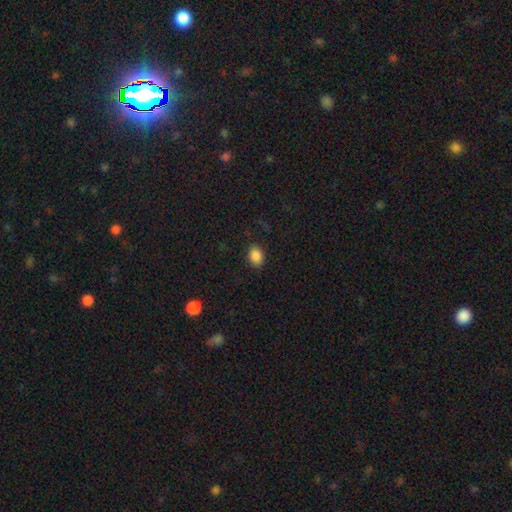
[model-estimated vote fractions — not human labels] smooth 87%, star or artifact 10%, featured or disk 4%. Down the decision tree: how rounded — in between (68%); merging — none (85%).